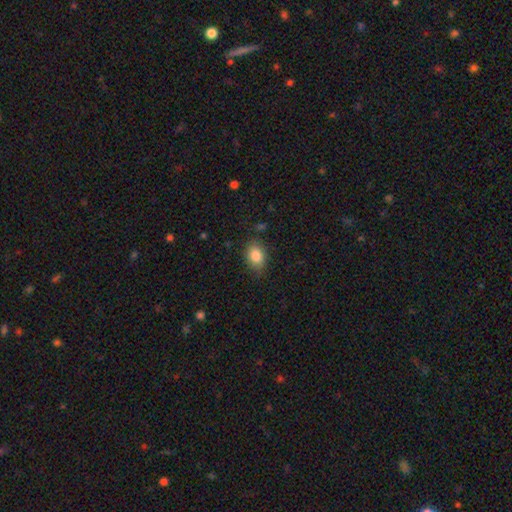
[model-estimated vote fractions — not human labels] Q: Smooth or featured?
A: smooth (84%); runner-up: star or artifact (8%)
Q: How rounded?
A: in between (78%); runner-up: round (20%)
Q: Merging?
A: none (81%); runner-up: minor disturbance (14%)